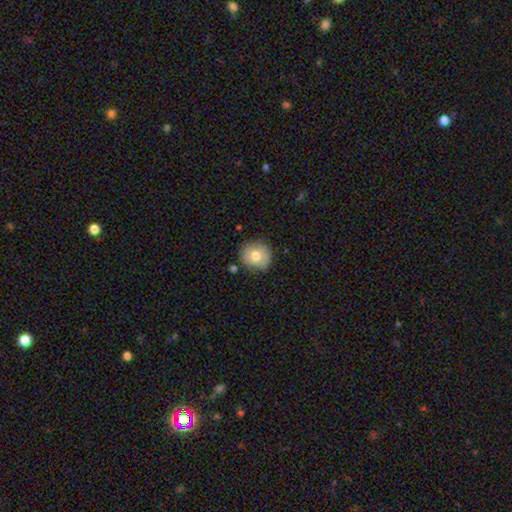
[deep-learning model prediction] smooth 74%, featured or disk 17%, star or artifact 9%. Down the decision tree: how rounded — round (88%); merging — none (82%).